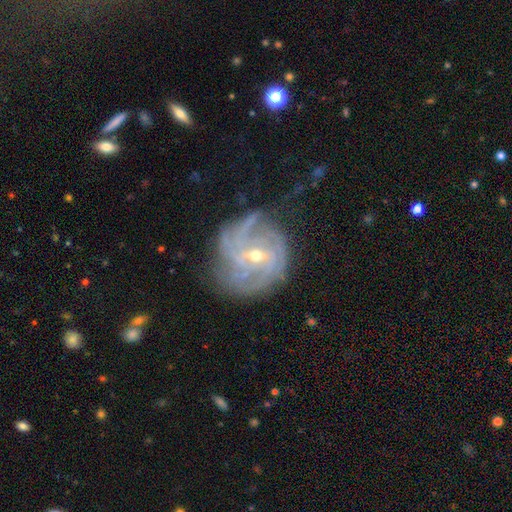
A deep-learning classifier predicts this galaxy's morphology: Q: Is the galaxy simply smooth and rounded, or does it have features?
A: featured or disk — 85%.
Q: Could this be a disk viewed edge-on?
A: no — 97%.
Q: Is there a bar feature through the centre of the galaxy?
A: weak — 48%.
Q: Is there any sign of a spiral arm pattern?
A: yes — 95%.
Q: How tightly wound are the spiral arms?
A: tight — 56%.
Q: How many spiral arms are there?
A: can't tell — 31%.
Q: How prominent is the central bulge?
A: small — 60%.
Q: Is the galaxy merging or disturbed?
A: none — 60%.